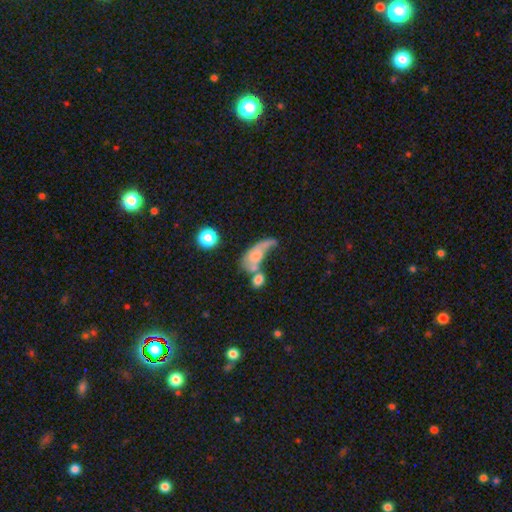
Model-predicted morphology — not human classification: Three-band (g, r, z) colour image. It shows a smooth galaxy with no disk features (49%). Merging: merger (43%).